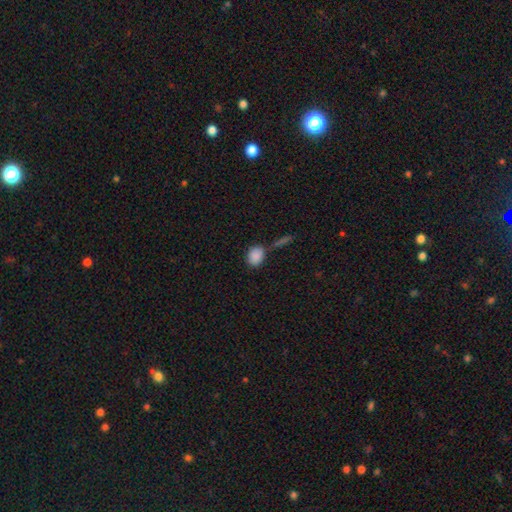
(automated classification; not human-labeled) Overall: smooth (86%). How rounded: in between (57%; round 41%). Merging: none (65%).